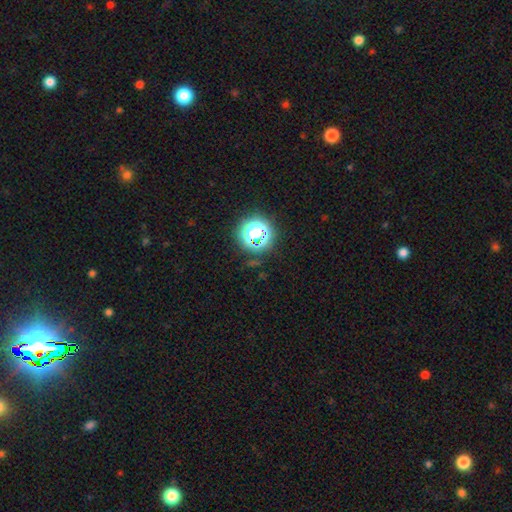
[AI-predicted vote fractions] smooth-or-featured: star or artifact: 77% | smooth: 17% | featured or disk: 6%